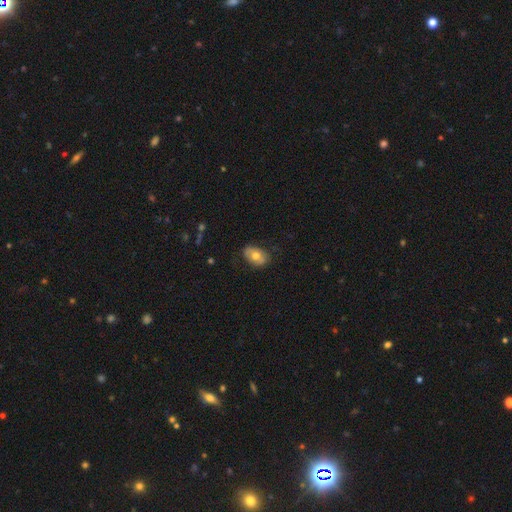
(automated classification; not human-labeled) Q: Smooth or featured?
A: smooth (64%); runner-up: featured or disk (29%)
Q: How rounded?
A: in between (85%); runner-up: round (14%)
Q: Merging?
A: none (77%); runner-up: minor disturbance (18%)